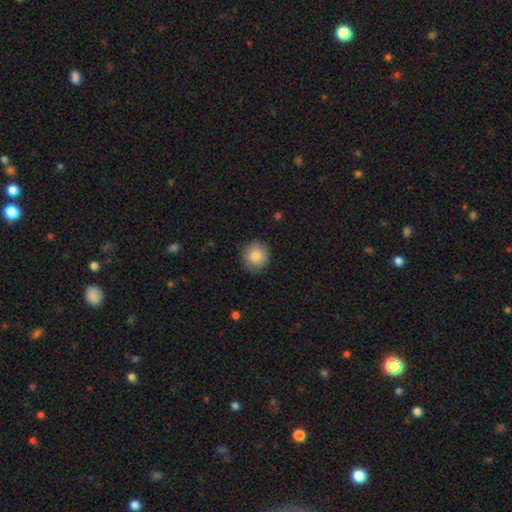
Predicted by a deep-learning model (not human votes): A smooth galaxy with no disk features (86%) that is round (93%). Merging: none (89%).